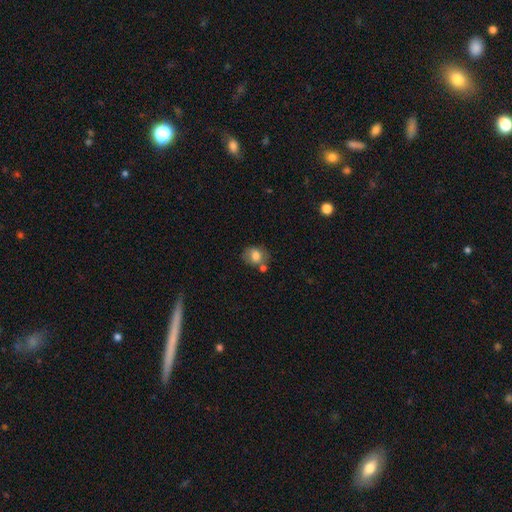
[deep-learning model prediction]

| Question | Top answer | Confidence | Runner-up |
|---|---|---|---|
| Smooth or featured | smooth | 74% | featured or disk (17%) |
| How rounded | round | 51% | in between (48%) |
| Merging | none | 55% | minor disturbance (20%) |